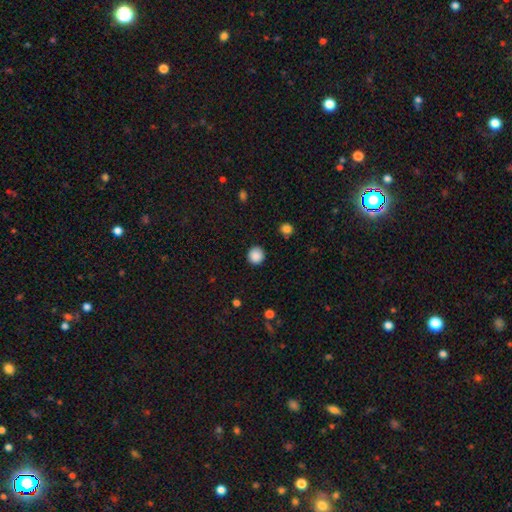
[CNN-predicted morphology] smooth_or_featured: smooth (p=0.88) [alt: star or artifact p=0.09]
how_rounded: round (p=0.92) [alt: in between p=0.07]
merging: none (p=0.91) [alt: minor disturbance p=0.06]